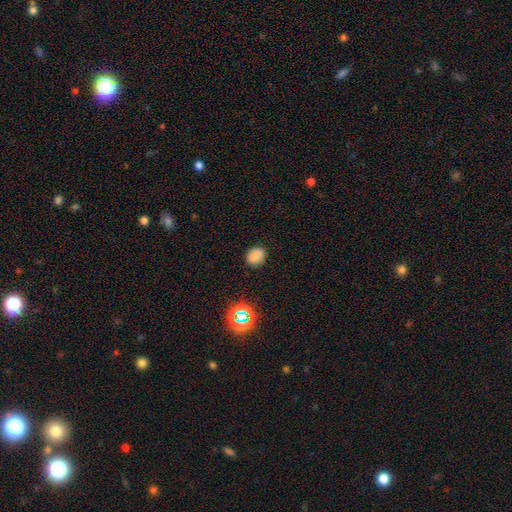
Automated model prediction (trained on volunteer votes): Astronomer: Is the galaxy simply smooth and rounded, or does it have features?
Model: smooth — 80%.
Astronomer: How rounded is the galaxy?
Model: in between — 53% (runner-up: round, 46%).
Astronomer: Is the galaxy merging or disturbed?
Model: none — 86%.